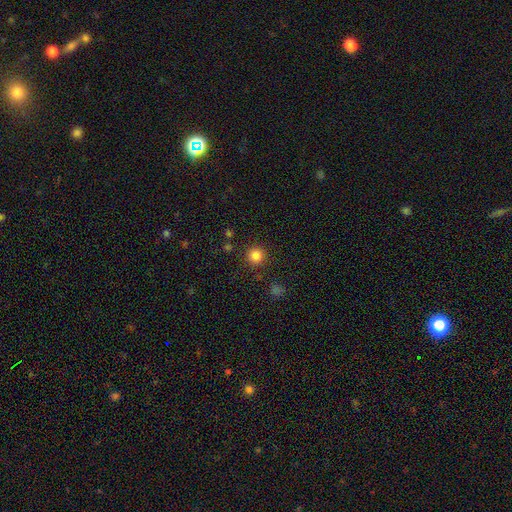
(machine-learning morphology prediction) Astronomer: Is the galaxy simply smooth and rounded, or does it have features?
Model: smooth — 84%.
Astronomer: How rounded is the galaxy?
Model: round — 95%.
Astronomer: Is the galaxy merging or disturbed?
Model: none — 90%.